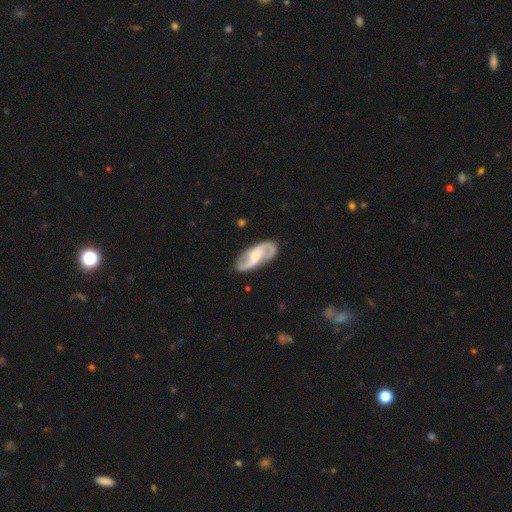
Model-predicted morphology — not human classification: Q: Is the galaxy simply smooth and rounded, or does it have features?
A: featured or disk — 83%.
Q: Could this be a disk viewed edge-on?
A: no — 95%.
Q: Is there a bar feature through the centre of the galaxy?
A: no — 46%.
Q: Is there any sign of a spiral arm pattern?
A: yes — 96%.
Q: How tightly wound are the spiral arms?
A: medium — 50%.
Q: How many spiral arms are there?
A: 2 — 90%.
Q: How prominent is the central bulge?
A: small — 41%.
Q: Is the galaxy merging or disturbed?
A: none — 77%.